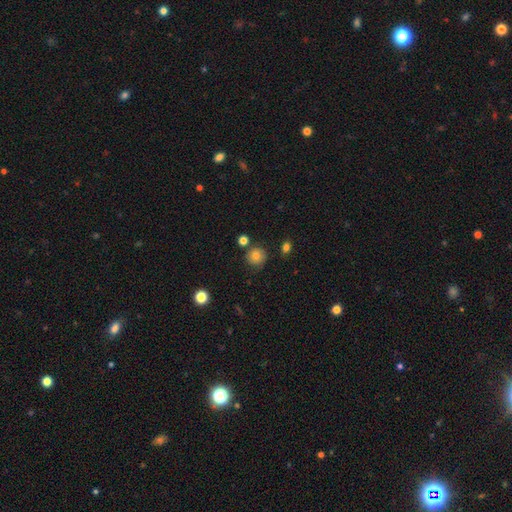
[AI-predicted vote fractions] Morphology: type=smooth (77%); roundness=round (91%); merging=none (78%).